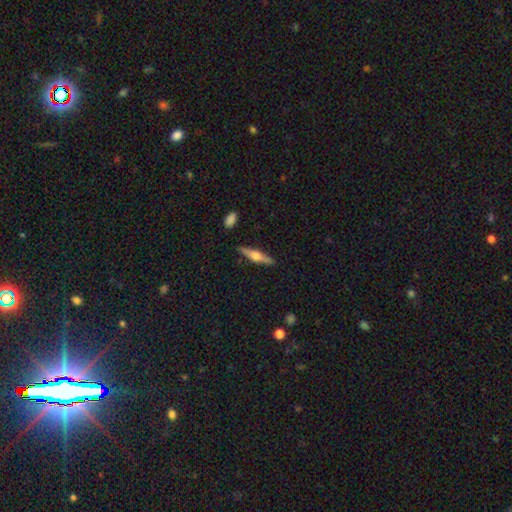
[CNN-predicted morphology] This is likely a featured or disk galaxy (66%). It is clearly viewed edge-on (97%). Edge-on bulge: clearly rounded (91%). Merging: clearly none (89%).